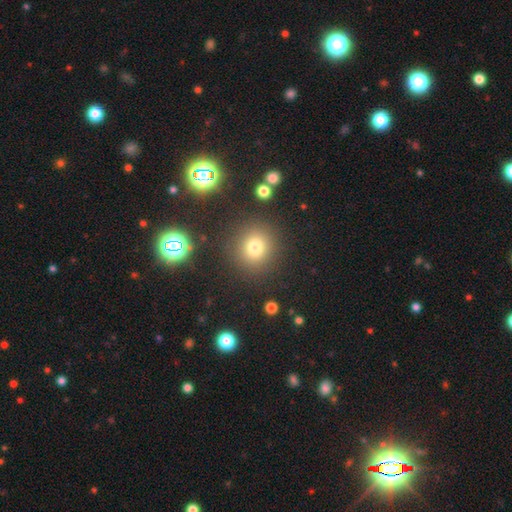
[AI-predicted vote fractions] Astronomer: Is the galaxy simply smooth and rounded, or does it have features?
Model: smooth — 60%.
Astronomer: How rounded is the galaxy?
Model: round — 92%.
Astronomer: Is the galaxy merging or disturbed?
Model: none — 89%.